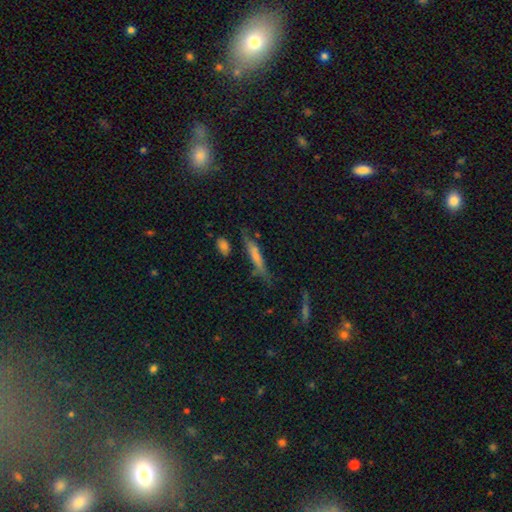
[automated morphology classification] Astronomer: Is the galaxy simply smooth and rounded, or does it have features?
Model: smooth — 59%.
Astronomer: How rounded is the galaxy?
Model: cigar-shaped — 88%.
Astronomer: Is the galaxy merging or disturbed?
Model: none — 62%.